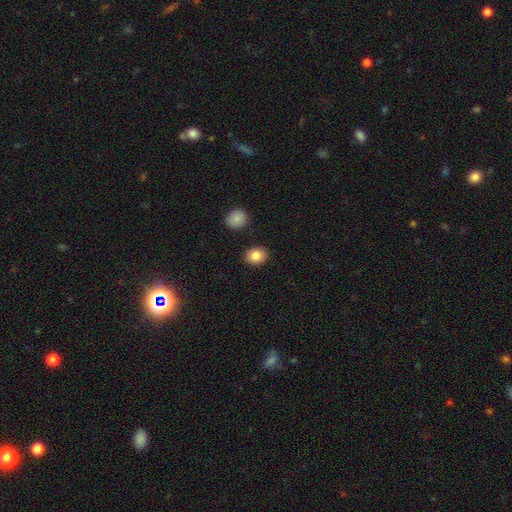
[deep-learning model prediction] Smooth or featured: smooth — 85% (star or artifact — 9%)
How rounded: round — 52% (in between — 47%)
Merging: none — 89% (minor disturbance — 7%)